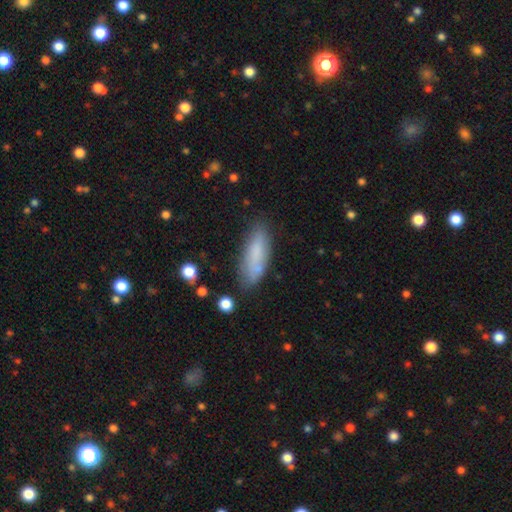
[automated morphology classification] smooth-or-featured: smooth: 75% | featured or disk: 17% | star or artifact: 8%
  how-rounded: in between: 52% | cigar-shaped: 46% | round: 2%
  merging: none: 73% | minor disturbance: 18% | major disturbance: 5% | merger: 4%